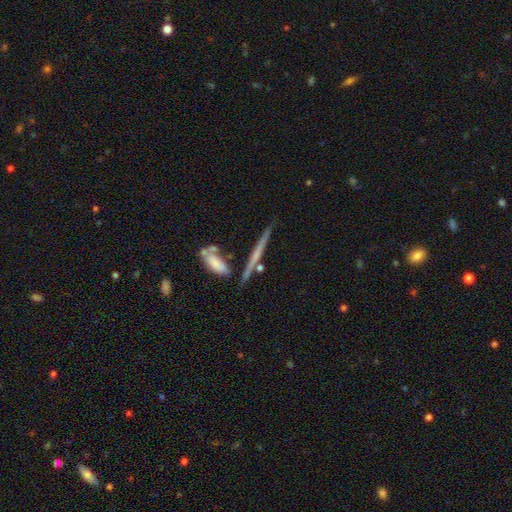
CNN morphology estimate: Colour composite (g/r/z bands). It shows a featured or disk galaxy (61%) viewed edge-on (94%) with no central bulge (58%). Merging: none (74%).